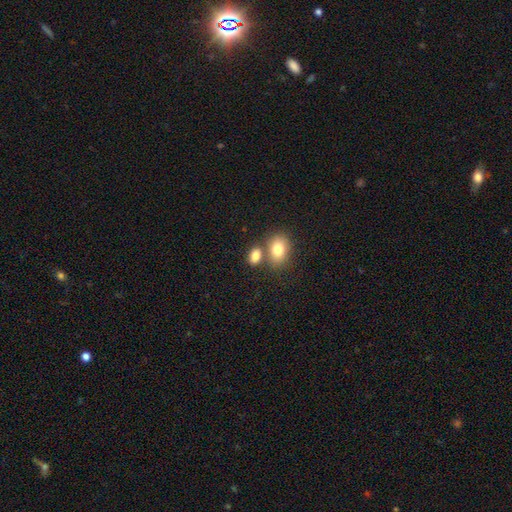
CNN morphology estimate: smooth 81%, featured or disk 10%, star or artifact 9%. Down the decision tree: how rounded — in between (77%); merging — none (50%).